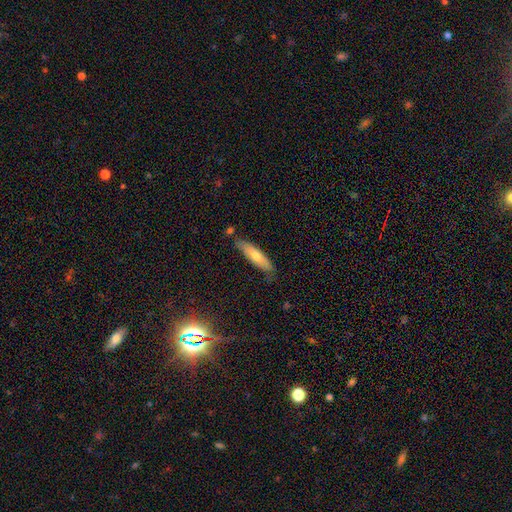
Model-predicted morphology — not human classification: smooth_or_featured: smooth (p=0.64) [alt: featured or disk p=0.30]
how_rounded: cigar-shaped (p=0.67) [alt: in between p=0.31]
merging: none (p=0.74) [alt: minor disturbance p=0.19]